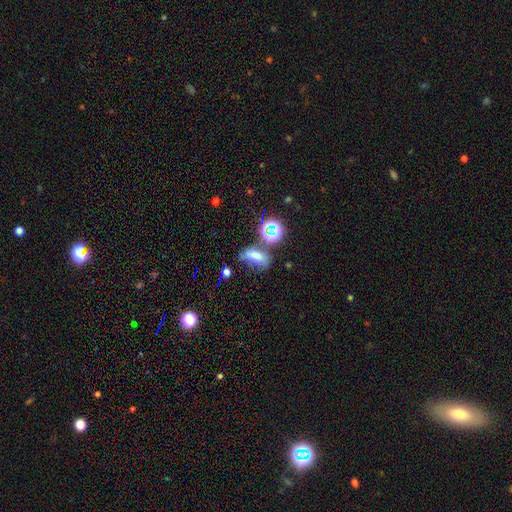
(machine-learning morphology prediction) Overall: smooth (57%; star or artifact 28%). How rounded: in between (72%). Merging: none (45%; minor disturbance 22%).